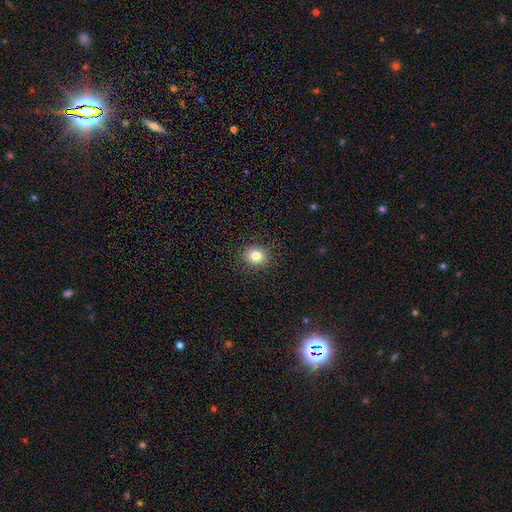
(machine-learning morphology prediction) Smooth or featured? smooth (81%)
How rounded? round (77%)
Merging? none (90%)